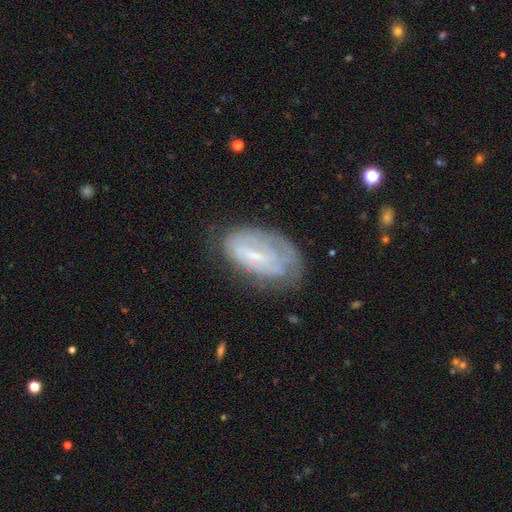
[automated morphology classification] Smooth or featured: featured or disk — 61% (smooth — 31%)
Edge-on disk: no — 93% (yes — 7%)
Bar: weak — 46% (no — 34%)
Spiral arms: yes — 61% (no — 39%)
Bulge size: small — 65% (moderate — 20%)
Merging: none — 57% (minor disturbance — 27%)